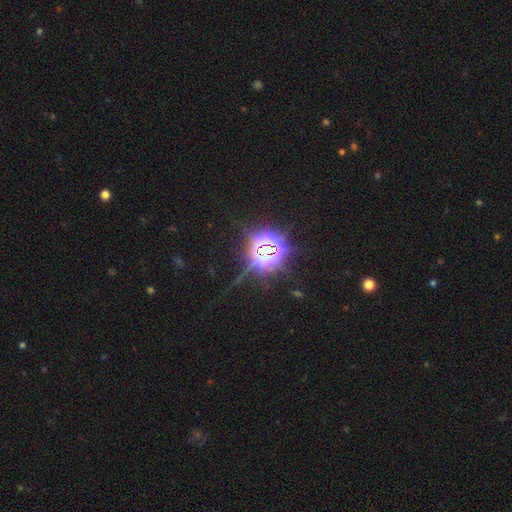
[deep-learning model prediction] Overall: star or artifact (79%).